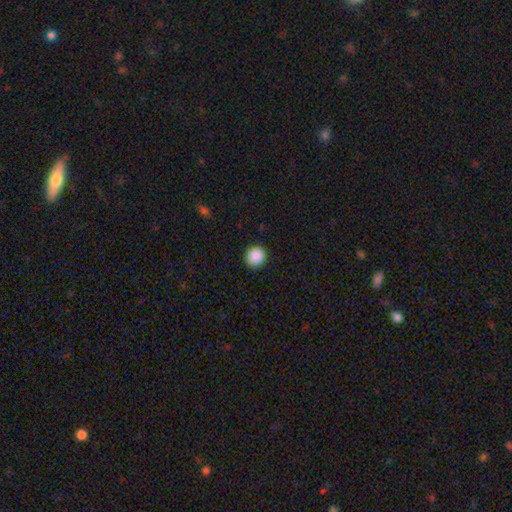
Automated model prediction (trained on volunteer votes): smooth_or_featured: smooth (p=0.88) [alt: star or artifact p=0.09]
how_rounded: round (p=0.93) [alt: in between p=0.06]
merging: none (p=0.91) [alt: minor disturbance p=0.07]